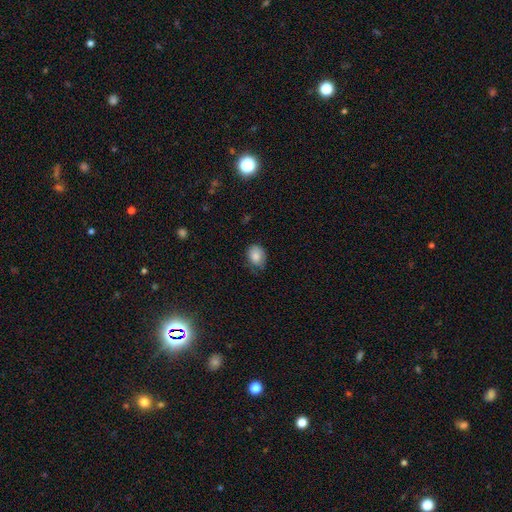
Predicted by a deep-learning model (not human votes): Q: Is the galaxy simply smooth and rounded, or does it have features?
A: smooth — 83%.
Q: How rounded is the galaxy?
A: in between — 59%.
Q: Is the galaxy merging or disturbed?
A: none — 61%.